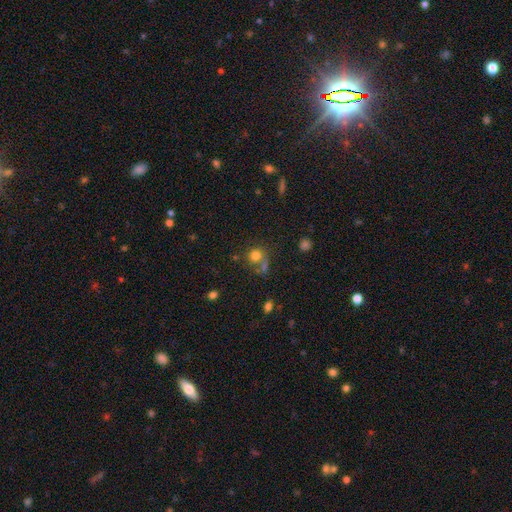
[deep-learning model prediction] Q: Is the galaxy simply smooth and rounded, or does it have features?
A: smooth — 76%.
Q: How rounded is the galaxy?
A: round — 85%.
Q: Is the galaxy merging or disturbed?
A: none — 54%.